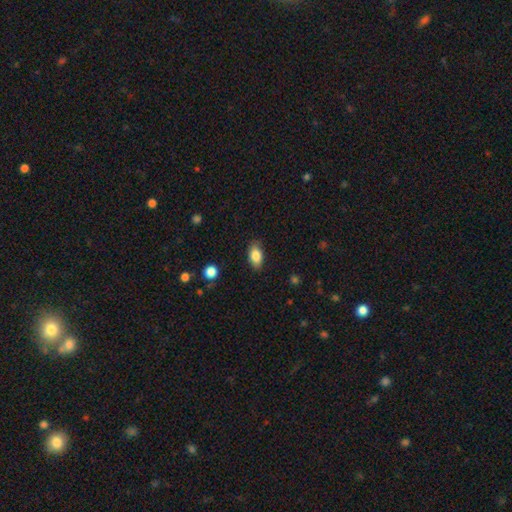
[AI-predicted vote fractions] This appears to be a smooth galaxy with no disk features (84%) that is in between round and cigar-shaped (90%). Merging: none (83%).